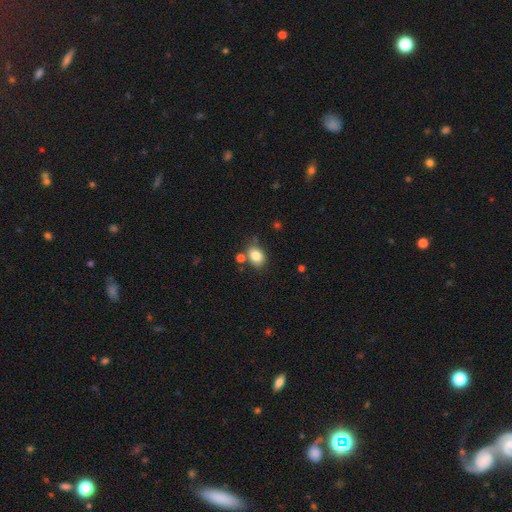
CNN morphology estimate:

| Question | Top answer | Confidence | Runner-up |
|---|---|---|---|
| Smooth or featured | smooth | 82% | star or artifact (9%) |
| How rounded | in between | 60% | round (39%) |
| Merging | none | 69% | minor disturbance (15%) |